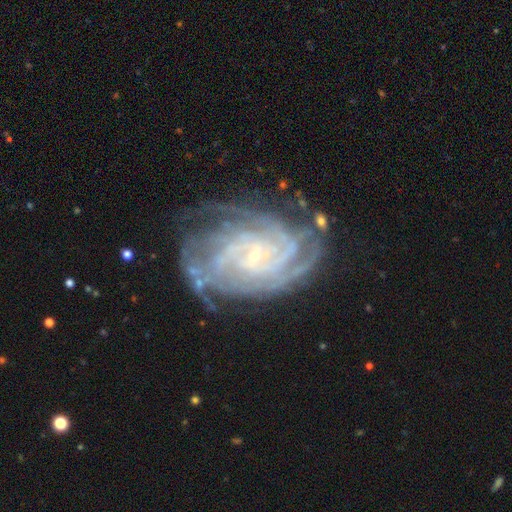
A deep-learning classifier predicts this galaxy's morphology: A featured or disk galaxy (89%) with no bar (59%), 4 (28%) tight (73%) spiral arms (98%) and a small central bulge (85%).

Vote fractions:
- Smooth or featured? featured or disk: 89% / star or artifact: 6% / smooth: 4%
- Edge-on disk? no: 97% / yes: 3%
- Bar? no: 59% / weak: 31% / strong: 10%
- Spiral arms? yes: 98% / no: 2%
- Spiral winding? tight: 73% / medium: 23% / loose: 4%
- Spiral arm count? 4: 28% / can't tell: 20% / more than 4: 17% / 3: 16% / 2: 11% / 1: 7%
- Bulge size? small: 85% / moderate: 8% / none: 5% / large: 1% / dominant: 1%
- Merging? none: 68% / minor disturbance: 20% / major disturbance: 9% / merger: 2%